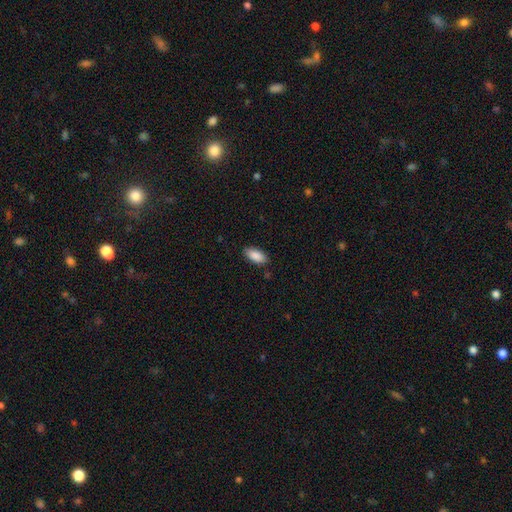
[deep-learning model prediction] Smooth or featured?
  - smooth: 90% *
  - star or artifact: 6%
  - featured or disk: 4%
How rounded?
  - in between: 91% *
  - cigar-shaped: 7%
  - round: 2%
Merging?
  - none: 87% *
  - minor disturbance: 10%
  - major disturbance: 2%
  - merger: 1%